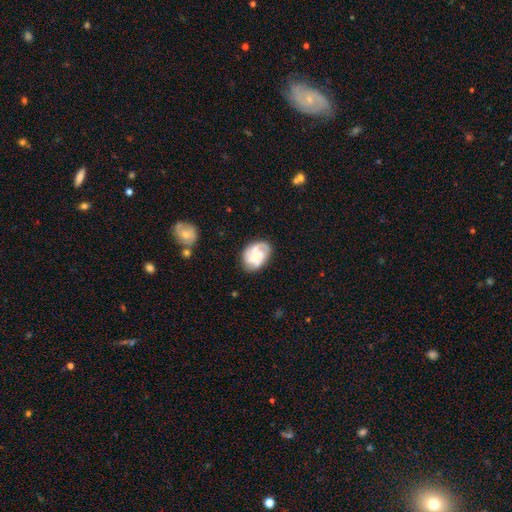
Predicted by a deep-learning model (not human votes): Morphology: type=featured or disk (67%); edge-on=no (98%); bar=no (64%); spiral arms=yes (88%); winding=tight (45%); arm count=3 (41%); bulge=small (47%); merging=none (67%).